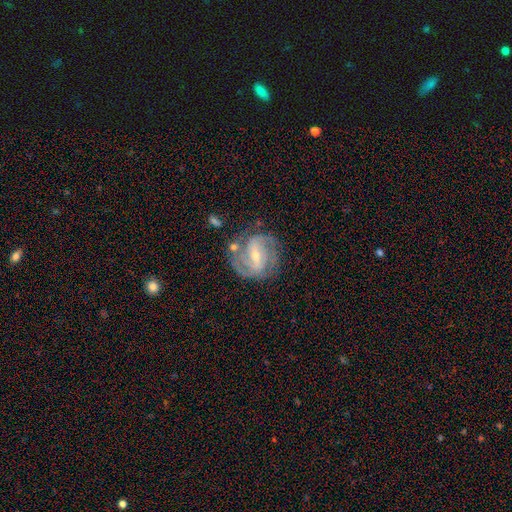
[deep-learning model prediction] Smooth or featured? Predicted: featured or disk (p=0.86). Edge-on disk? Predicted: no (p=0.97). Bar? Predicted: weak (p=0.43). Spiral arms? Predicted: yes (p=0.95). Spiral winding? Predicted: tight (p=0.46). Spiral arm count? Predicted: 2 (p=0.61). Bulge size? Predicted: small (p=0.56). Merging? Predicted: none (p=0.70).